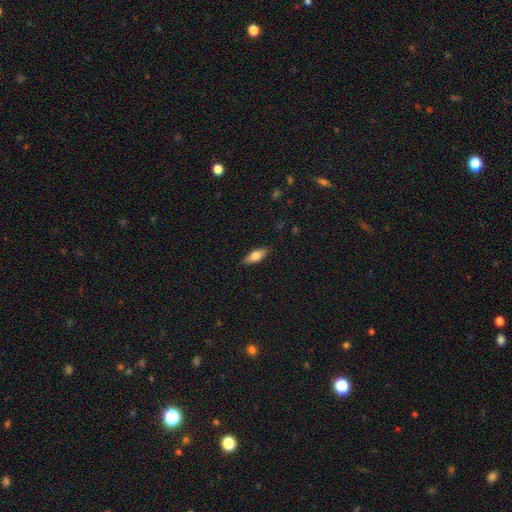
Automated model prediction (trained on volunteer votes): Q: Smooth or featured?
A: smooth (76%); runner-up: featured or disk (18%)
Q: How rounded?
A: in between (74%); runner-up: cigar-shaped (24%)
Q: Merging?
A: none (86%); runner-up: minor disturbance (11%)